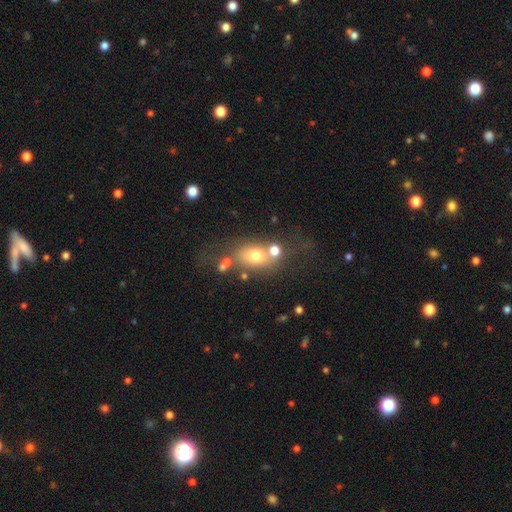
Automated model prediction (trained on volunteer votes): This is likely a smooth galaxy (66%). How rounded: likely in between (62%). Merging: possibly none (49%).